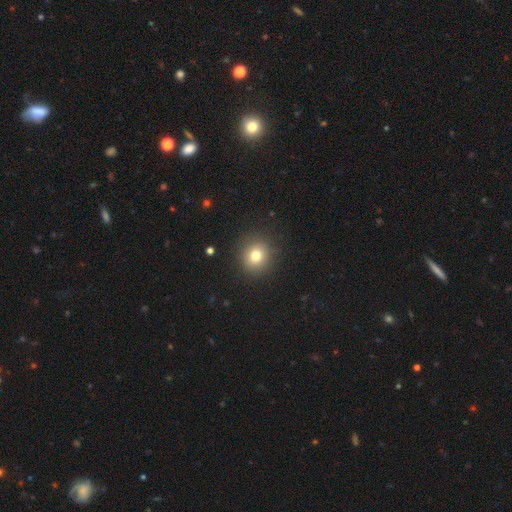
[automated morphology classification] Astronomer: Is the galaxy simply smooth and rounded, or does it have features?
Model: smooth — 78%.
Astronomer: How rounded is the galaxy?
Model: round — 88%.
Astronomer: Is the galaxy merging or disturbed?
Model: none — 90%.